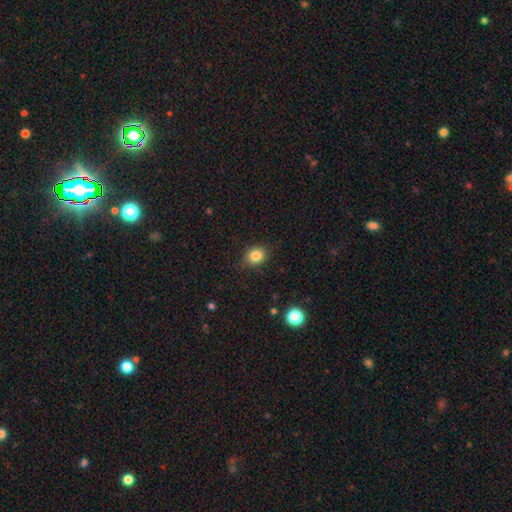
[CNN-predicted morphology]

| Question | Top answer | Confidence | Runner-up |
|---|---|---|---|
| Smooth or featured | smooth | 82% | star or artifact (11%) |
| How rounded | round | 70% | in between (29%) |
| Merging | none | 80% | minor disturbance (15%) |